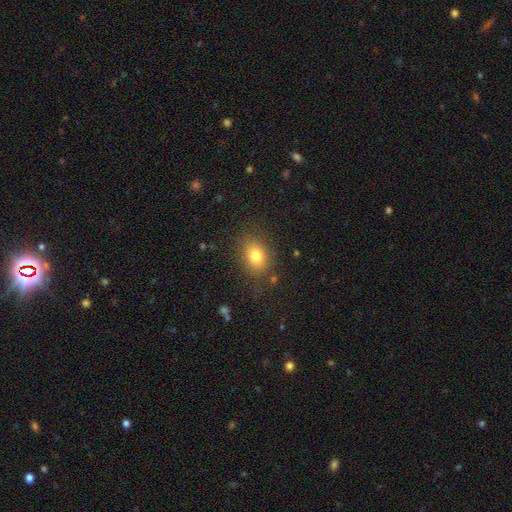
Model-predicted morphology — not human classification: Q: Smooth or featured?
A: smooth (79%); runner-up: star or artifact (11%)
Q: How rounded?
A: in between (69%); runner-up: round (29%)
Q: Merging?
A: none (82%); runner-up: minor disturbance (12%)